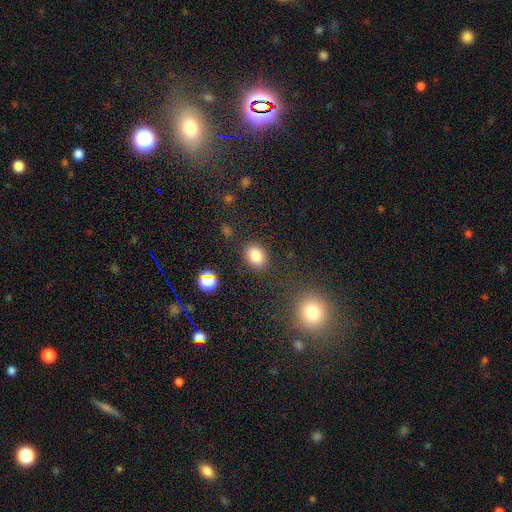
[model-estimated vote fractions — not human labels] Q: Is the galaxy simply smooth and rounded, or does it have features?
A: smooth — 84%.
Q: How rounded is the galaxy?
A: in between — 59%.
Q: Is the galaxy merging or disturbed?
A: none — 84%.